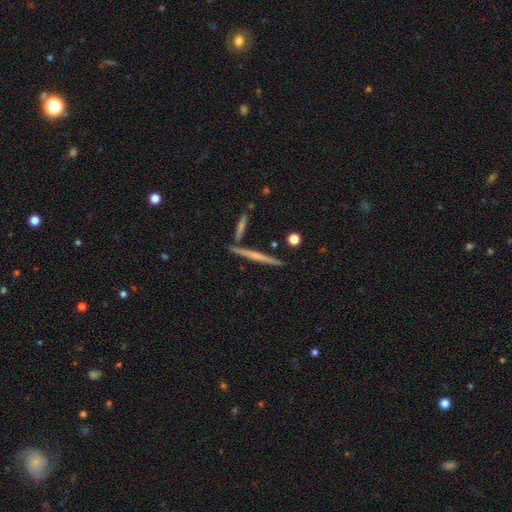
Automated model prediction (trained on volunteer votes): This appears to be a featured or disk galaxy (60%) viewed edge-on (98%) with no central bulge (56%). Merging: none (84%).